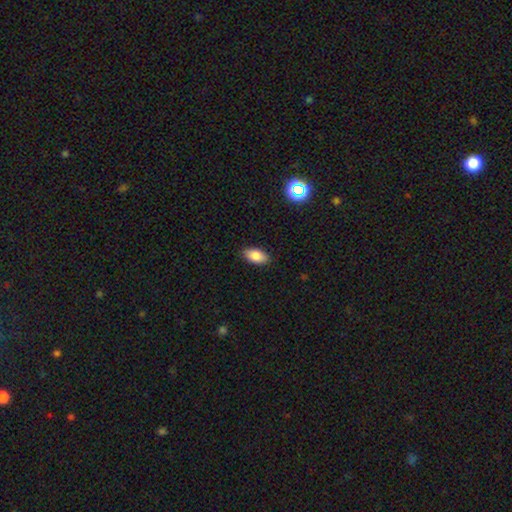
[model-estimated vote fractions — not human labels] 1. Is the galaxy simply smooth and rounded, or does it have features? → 85% smooth, 8% star or artifact, 7% featured or disk.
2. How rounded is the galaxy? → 92% in between, 4% round, 4% cigar-shaped.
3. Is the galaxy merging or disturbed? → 88% none, 9% minor disturbance, 2% major disturbance, 1% merger.